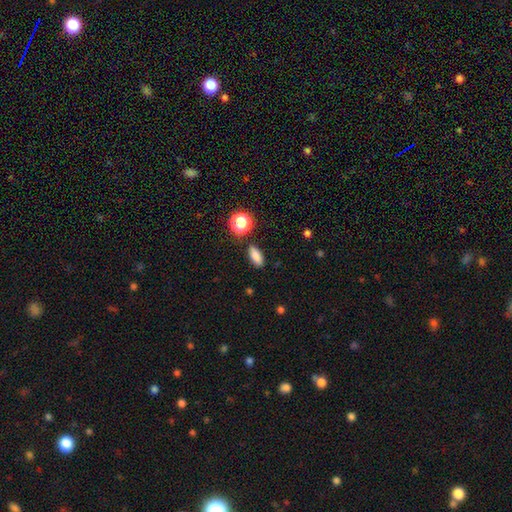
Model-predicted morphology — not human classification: Q: Smooth or featured?
A: smooth (83%); runner-up: star or artifact (12%)
Q: How rounded?
A: in between (75%); runner-up: cigar-shaped (17%)
Q: Merging?
A: none (86%); runner-up: minor disturbance (8%)